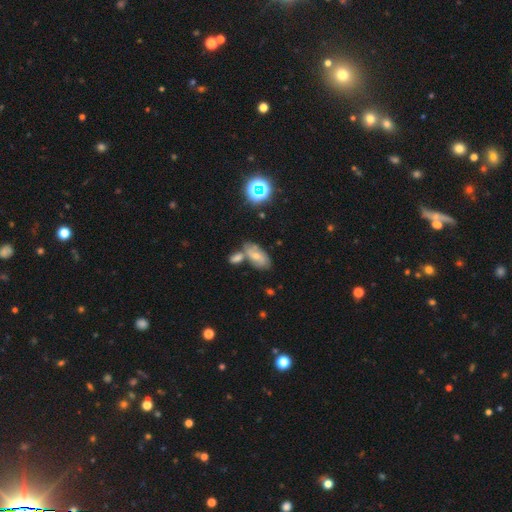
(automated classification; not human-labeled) smooth 52%, featured or disk 33%, star or artifact 14%. Down the decision tree: how rounded — in between (89%); merging — none (49%).